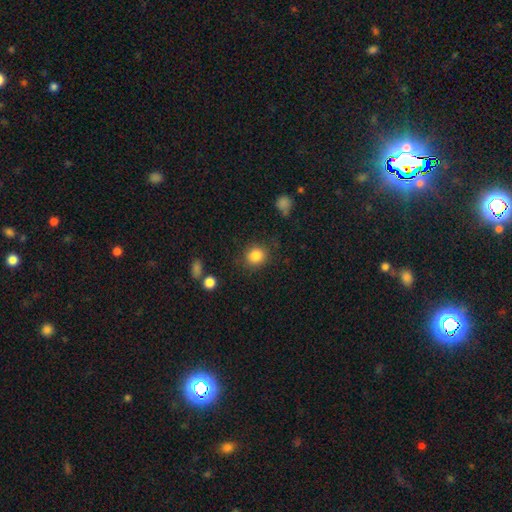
smooth-or-featured: smooth: 89% | featured or disk: 11% | star or artifact: 0%
  how-rounded: round: 88% | in between: 12% | cigar-shaped: 0%
  merging: none: 86% | minor disturbance: 11% | major disturbance: 3% | merger: 0%